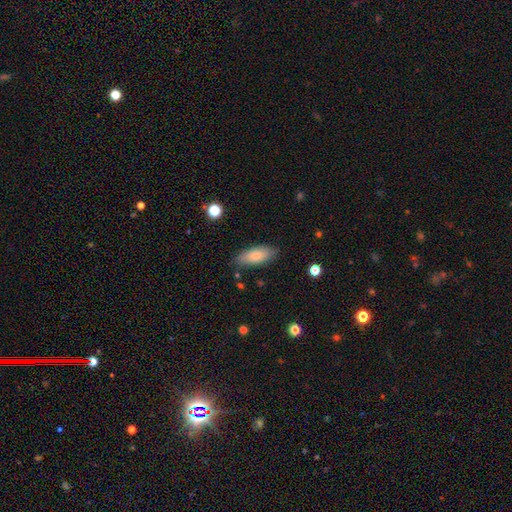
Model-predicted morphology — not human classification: Overall: smooth (77%). How rounded: in between (78%). Merging: none (82%).